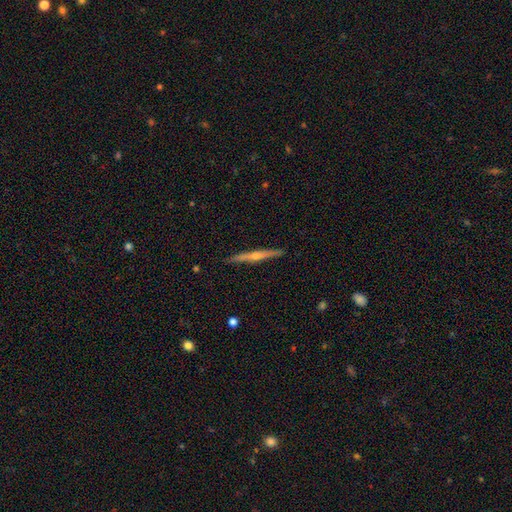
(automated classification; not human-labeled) A featured or disk galaxy (72%) viewed edge-on (98%) with a rounded central bulge (80%). Merging: none (91%).